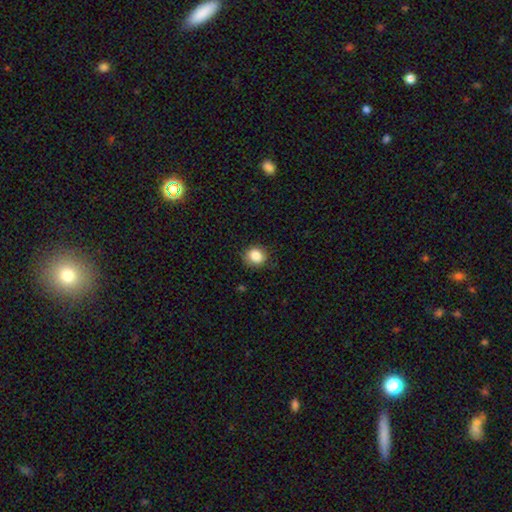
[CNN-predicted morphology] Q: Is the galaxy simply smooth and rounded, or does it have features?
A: smooth — 85%.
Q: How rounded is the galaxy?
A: round — 72%.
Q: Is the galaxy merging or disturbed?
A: none — 79%.